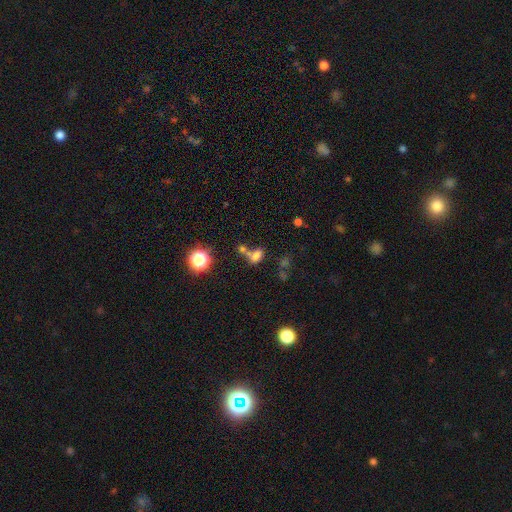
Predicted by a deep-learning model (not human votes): This is likely a smooth galaxy (69%). How rounded: likely in between (76%). Merging: marginally merger (45%).